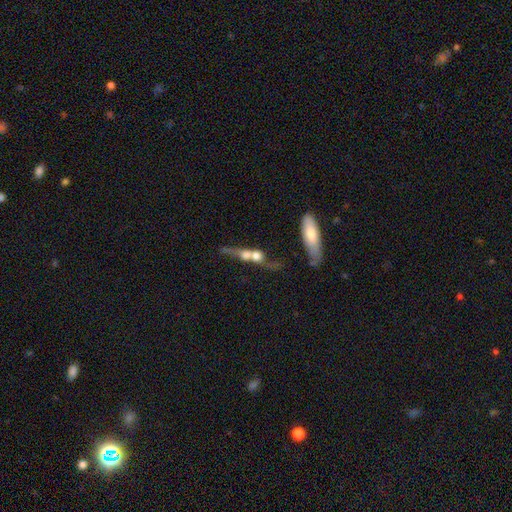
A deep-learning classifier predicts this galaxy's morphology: Overall: featured or disk (49%; smooth 41%). Merging: merger (56%; none 25%).